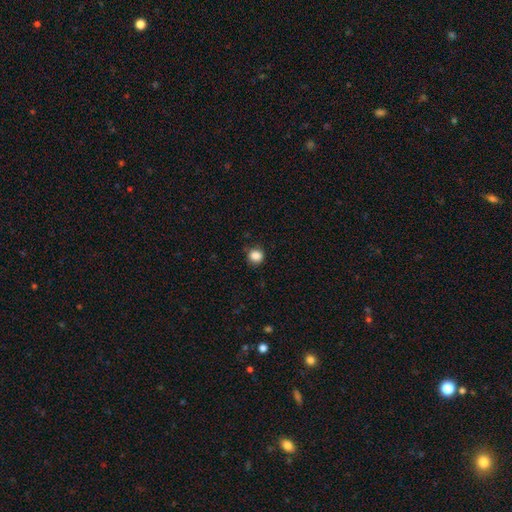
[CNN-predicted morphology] Q: Smooth or featured?
A: smooth (86%); runner-up: star or artifact (11%)
Q: How rounded?
A: round (89%); runner-up: in between (10%)
Q: Merging?
A: none (85%); runner-up: minor disturbance (11%)